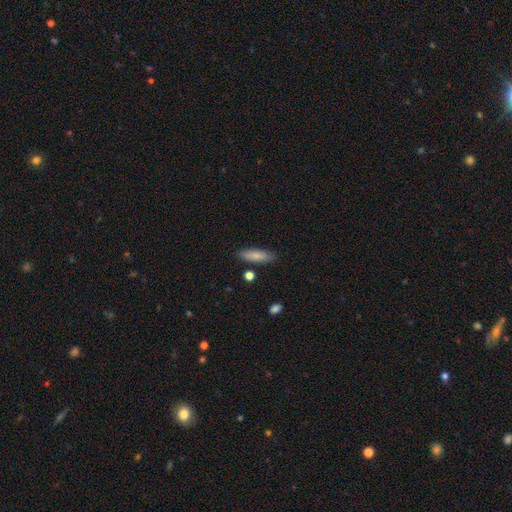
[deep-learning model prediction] smooth_or_featured: smooth (p=0.81) [alt: featured or disk p=0.12]
how_rounded: cigar-shaped (p=0.50) [alt: in between p=0.48]
merging: none (p=0.84) [alt: minor disturbance p=0.10]